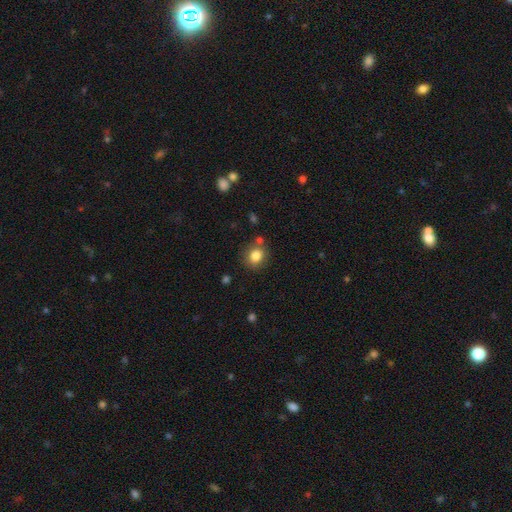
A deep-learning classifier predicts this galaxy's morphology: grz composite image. It shows a smooth galaxy with no disk features (83%) that is round (68%). Merging: none (75%).